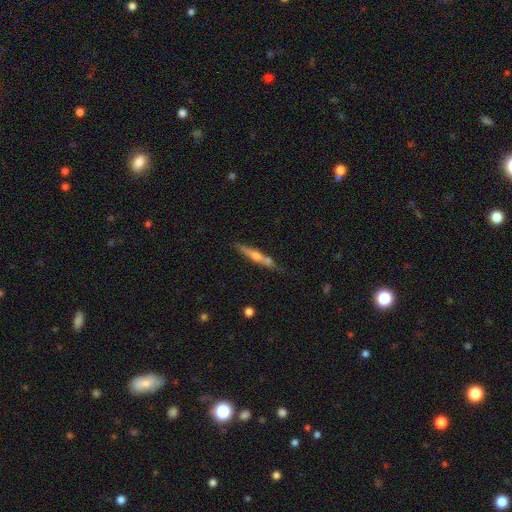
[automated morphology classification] The model was most divided on "smooth or featured": featured or disk: 51%, smooth: 43%, star or artifact: 7%. More confident: edge-on disk — yes (93%); merging — none (67%).